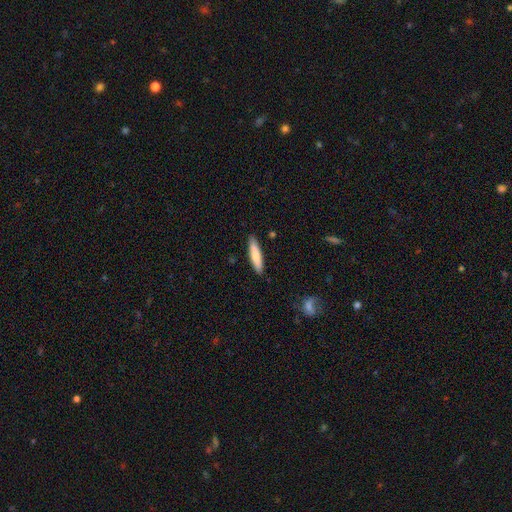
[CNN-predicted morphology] smooth-or-featured: smooth: 75% | featured or disk: 20% | star or artifact: 5%
  how-rounded: cigar-shaped: 81% | in between: 17% | round: 1%
  merging: none: 88% | minor disturbance: 9% | major disturbance: 2% | merger: 1%